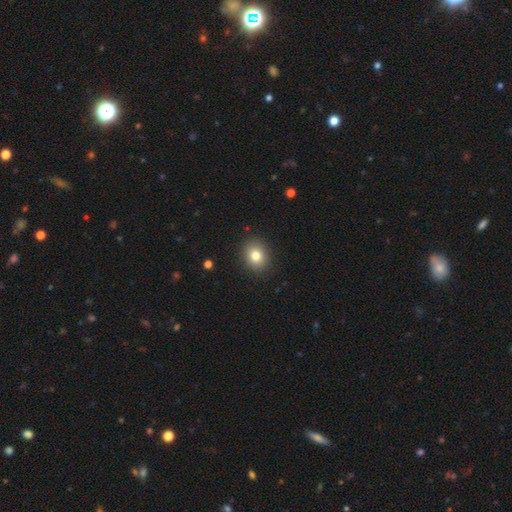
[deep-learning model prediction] Smooth or featured?
  - smooth: 80% *
  - star or artifact: 11%
  - featured or disk: 10%
How rounded?
  - round: 63% *
  - in between: 36%
  - cigar-shaped: 1%
Merging?
  - none: 90% *
  - minor disturbance: 7%
  - major disturbance: 2%
  - merger: 1%